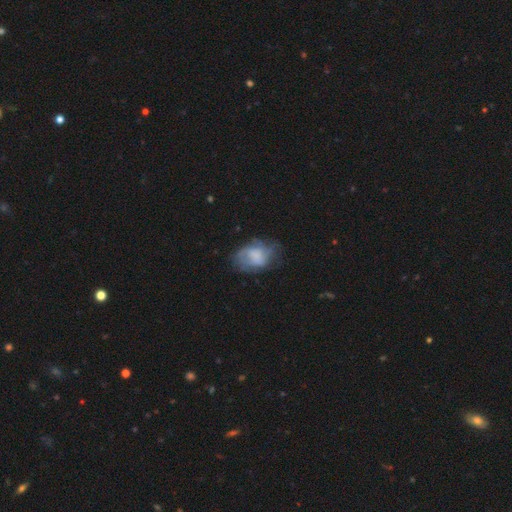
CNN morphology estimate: Smooth or featured? Predicted: smooth (p=0.52). How rounded? Predicted: in between (p=0.74). Merging? Predicted: none (p=0.47).